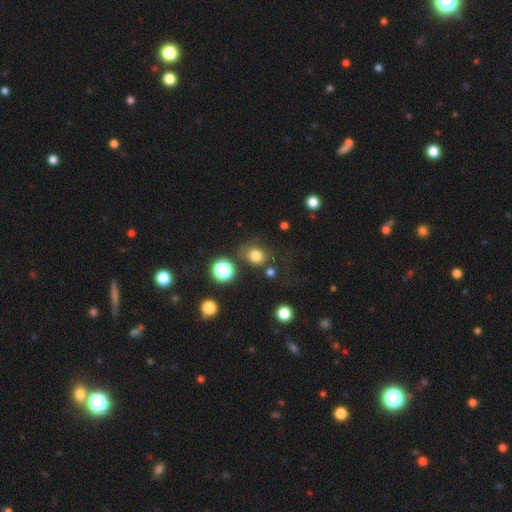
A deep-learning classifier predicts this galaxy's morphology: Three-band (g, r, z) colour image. It shows a smooth galaxy with no disk features (77%) that is round (64%). Merging: none (67%).